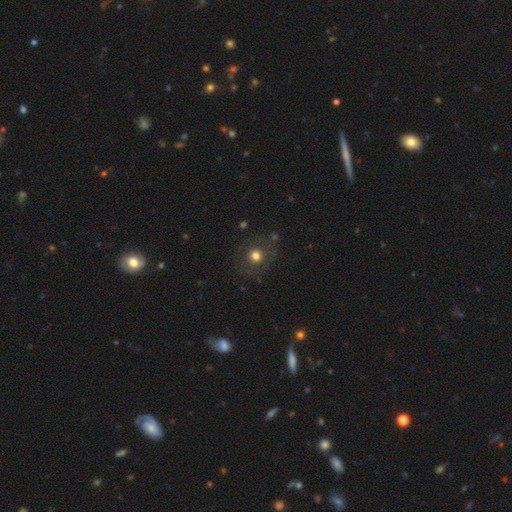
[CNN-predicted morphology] A smooth galaxy with no disk features (65%) that is round (87%). Merging: none (80%).